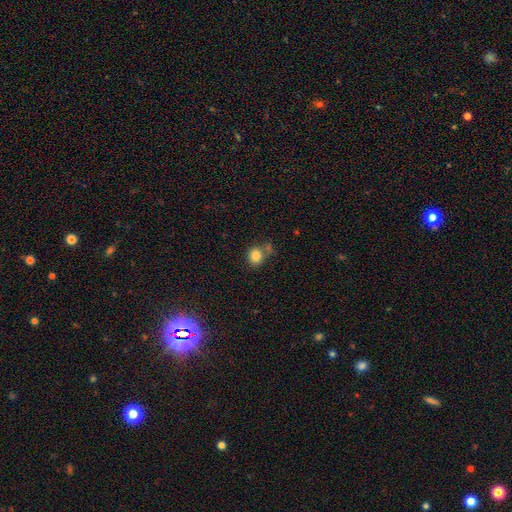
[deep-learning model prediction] Smooth or featured: smooth — 84% (star or artifact — 10%)
How rounded: round — 71% (in between — 28%)
Merging: none — 62% (merger — 19%)